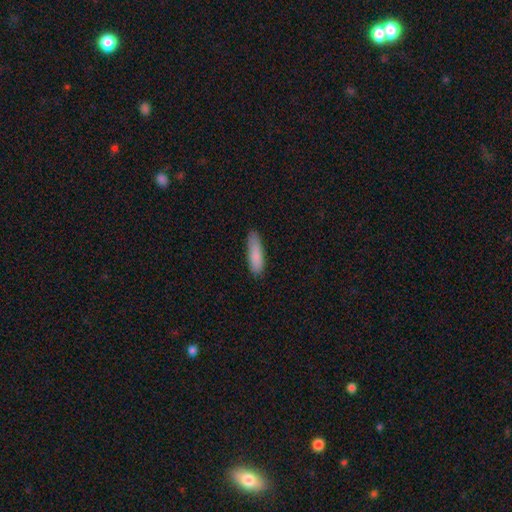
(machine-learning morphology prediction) smooth_or_featured: smooth (p=0.86) [alt: featured or disk p=0.08]
how_rounded: cigar-shaped (p=0.64) [alt: in between p=0.34]
merging: none (p=0.80) [alt: minor disturbance p=0.16]